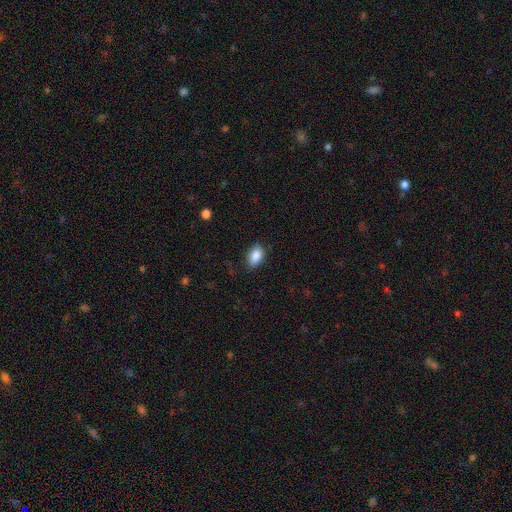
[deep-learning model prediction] Morphology: type=smooth (86%); roundness=in between (89%); merging=none (82%).